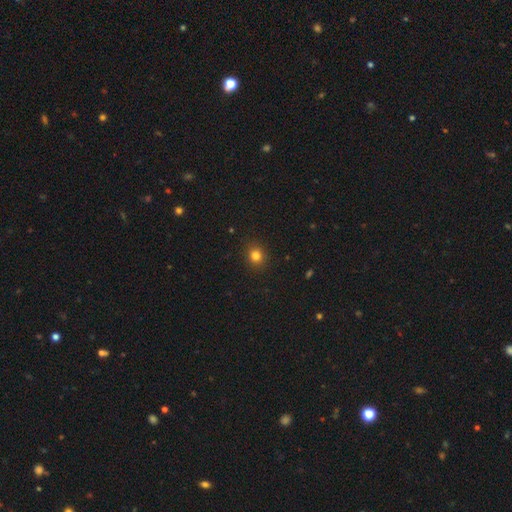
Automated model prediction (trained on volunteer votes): This appears to be a smooth galaxy with no disk features (81%) that is round (82%). Merging: none (90%).